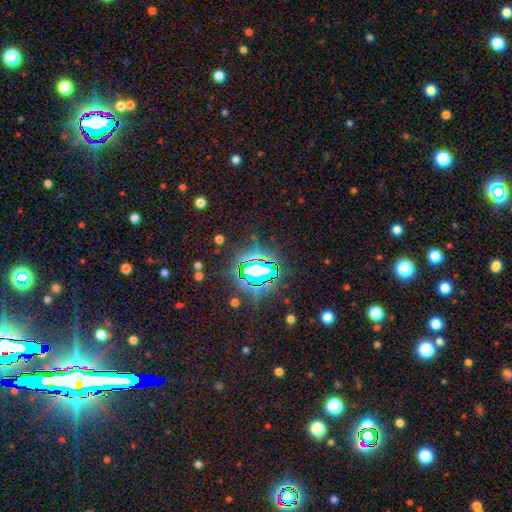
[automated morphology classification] The model was most divided on "smooth or featured": star or artifact: 81%, smooth: 10%, featured or disk: 9%.